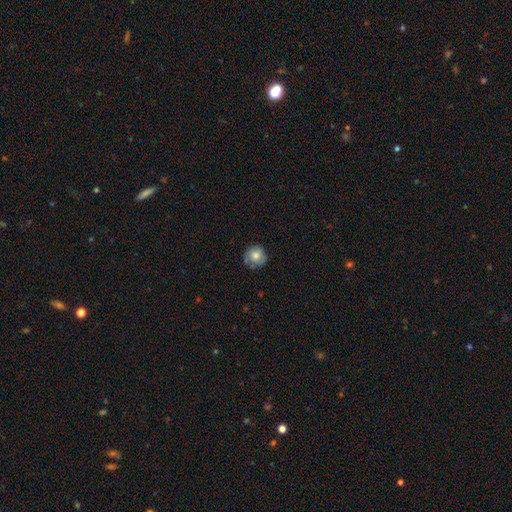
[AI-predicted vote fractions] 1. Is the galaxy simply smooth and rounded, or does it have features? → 62% smooth, 30% featured or disk, 8% star or artifact.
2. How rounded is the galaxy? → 90% round, 10% in between, 1% cigar-shaped.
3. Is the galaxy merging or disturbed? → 73% none, 20% minor disturbance, 5% major disturbance, 1% merger.